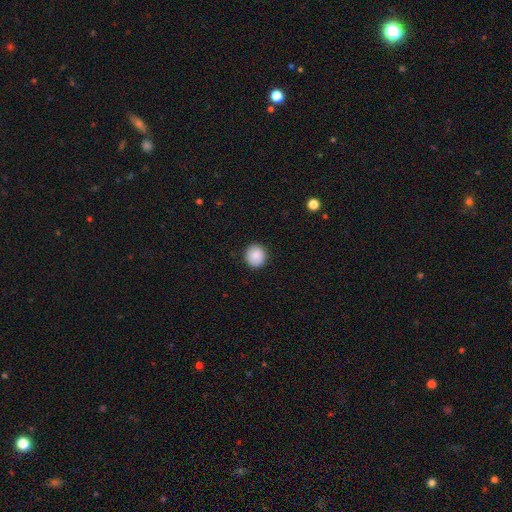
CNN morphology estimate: smooth 88%, star or artifact 8%, featured or disk 4%. Down the decision tree: how rounded — round (90%); merging — none (90%).